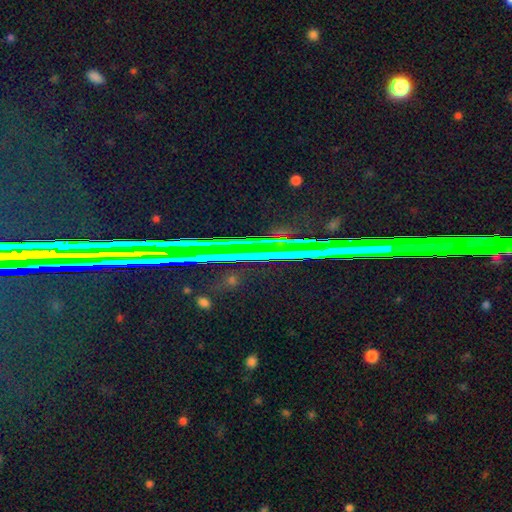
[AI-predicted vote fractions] A star or artifact, not a galaxy (71%).

Vote fractions:
- Smooth or featured? star or artifact: 71% / featured or disk: 16% / smooth: 13%